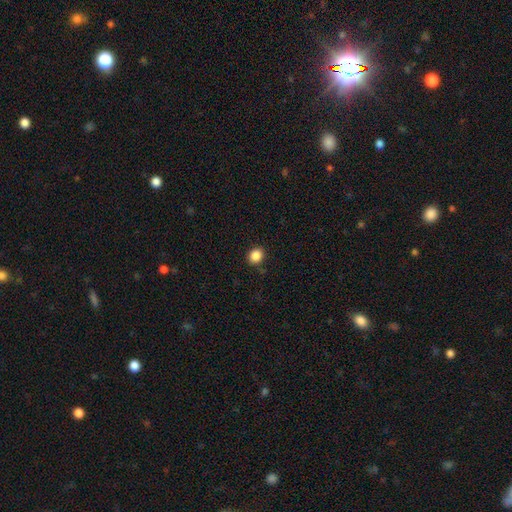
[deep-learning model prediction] A smooth galaxy with no disk features (86%) that is round (72%).

Vote fractions:
- Smooth or featured? smooth: 86% / star or artifact: 10% / featured or disk: 3%
- How rounded? round: 72% / in between: 27% / cigar-shaped: 1%
- Merging? none: 89% / minor disturbance: 8% / major disturbance: 2% / merger: 1%